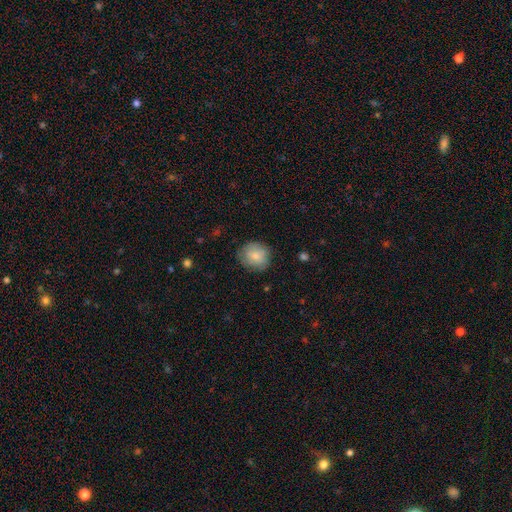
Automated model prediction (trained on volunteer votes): smooth 78%, featured or disk 15%, star or artifact 7%. Down the decision tree: how rounded — round (79%); merging — none (77%).